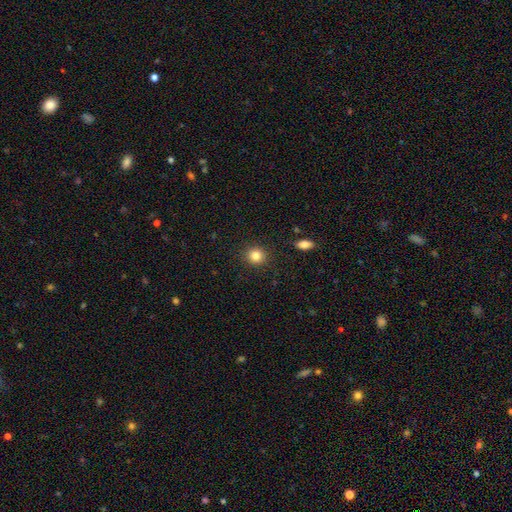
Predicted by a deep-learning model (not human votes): smooth_or_featured: smooth (p=0.85) [alt: star or artifact p=0.10]
how_rounded: round (p=0.87) [alt: in between p=0.12]
merging: none (p=0.90) [alt: minor disturbance p=0.06]